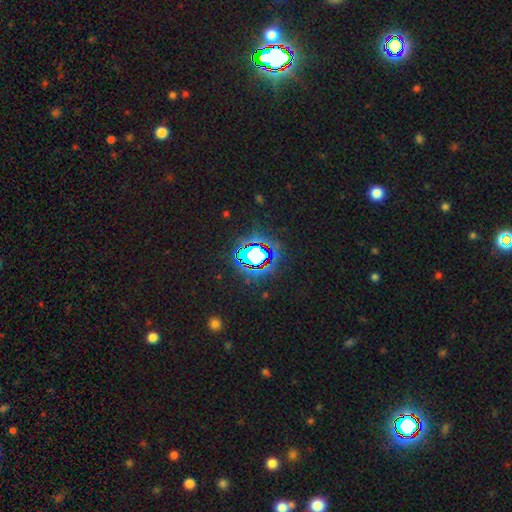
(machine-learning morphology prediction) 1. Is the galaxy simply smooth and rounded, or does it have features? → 71% star or artifact, 18% smooth, 12% featured or disk.